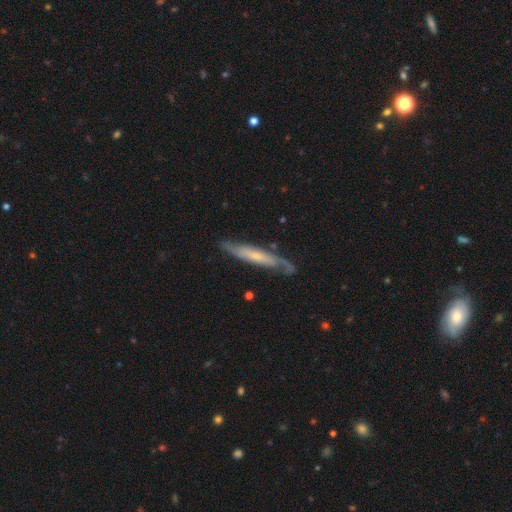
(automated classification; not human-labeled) Smooth or featured?
  - featured or disk: 67% *
  - smooth: 28%
  - star or artifact: 5%
Edge-on disk?
  - yes: 57% *
  - no: 43%
Merging?
  - none: 71% *
  - minor disturbance: 20%
  - major disturbance: 6%
  - merger: 2%